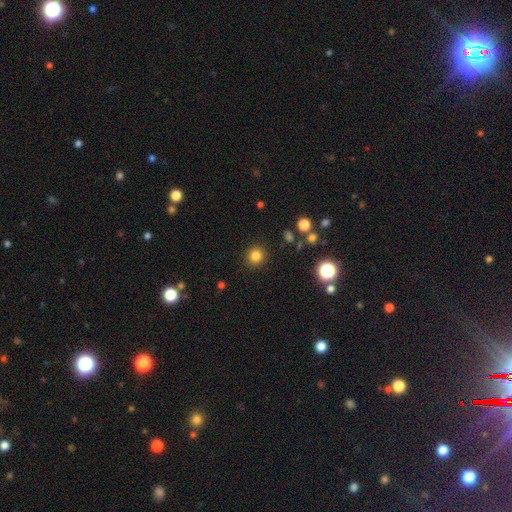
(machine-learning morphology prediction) type=smooth (82%); roundness=round (90%); merging=none (90%).